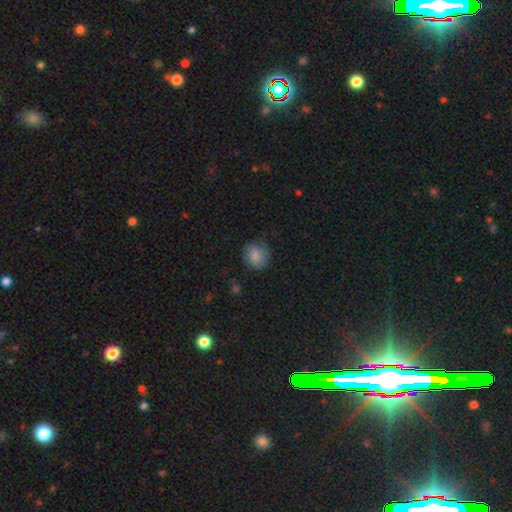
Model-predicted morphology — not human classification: A smooth galaxy with no disk features (77%) that is round (69%).

Vote fractions:
- Smooth or featured? smooth: 77% / featured or disk: 15% / star or artifact: 8%
- How rounded? round: 69% / in between: 30% / cigar-shaped: 1%
- Merging? none: 69% / minor disturbance: 23% / major disturbance: 7% / merger: 1%